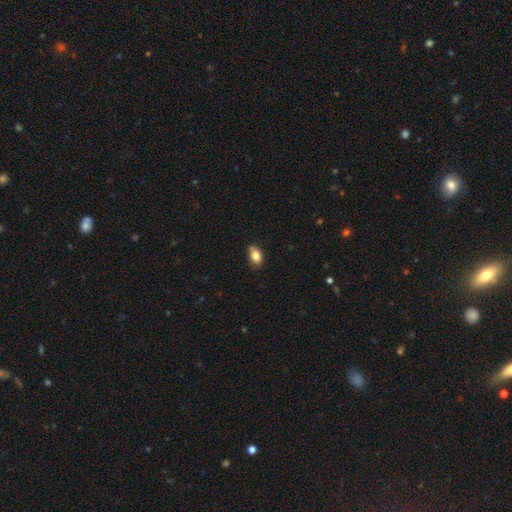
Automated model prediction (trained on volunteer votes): Smooth or featured? Predicted: smooth (p=0.83). How rounded? Predicted: in between (p=0.85). Merging? Predicted: none (p=0.73).